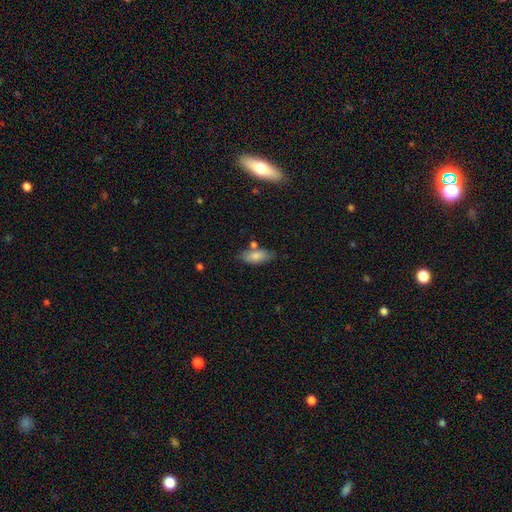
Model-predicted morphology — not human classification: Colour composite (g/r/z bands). It shows a smooth galaxy with no disk features (80%) that is in between round and cigar-shaped (81%). Merging: none (67%).